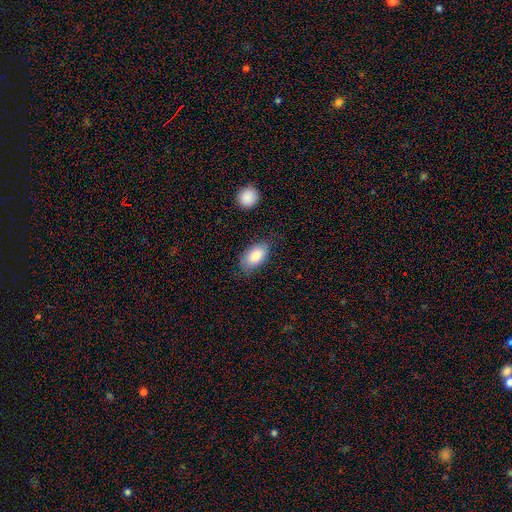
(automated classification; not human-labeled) Q: Smooth or featured?
A: smooth (85%); runner-up: featured or disk (9%)
Q: How rounded?
A: in between (92%); runner-up: round (5%)
Q: Merging?
A: none (73%); runner-up: minor disturbance (20%)